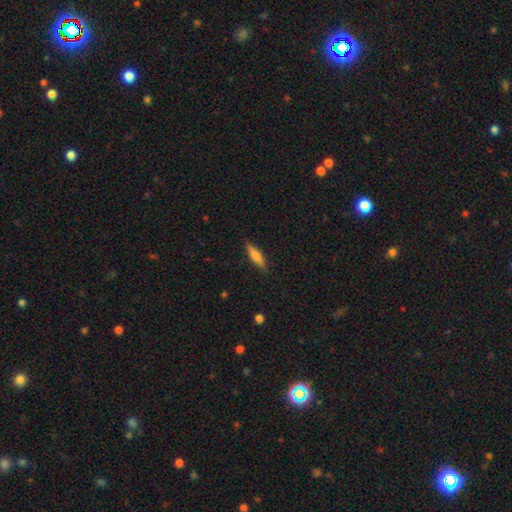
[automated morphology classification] Q: Smooth or featured?
A: smooth (62%); runner-up: featured or disk (31%)
Q: How rounded?
A: cigar-shaped (73%); runner-up: in between (25%)
Q: Merging?
A: none (87%); runner-up: minor disturbance (10%)